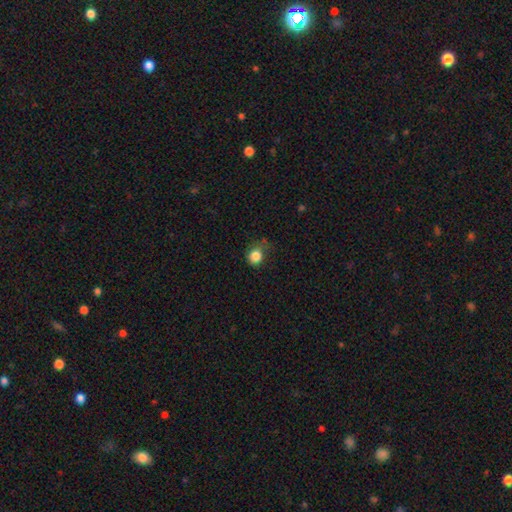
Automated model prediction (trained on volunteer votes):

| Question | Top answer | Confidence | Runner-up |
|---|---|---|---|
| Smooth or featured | smooth | 84% | star or artifact (11%) |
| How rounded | round | 76% | in between (23%) |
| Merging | none | 58% | minor disturbance (29%) |